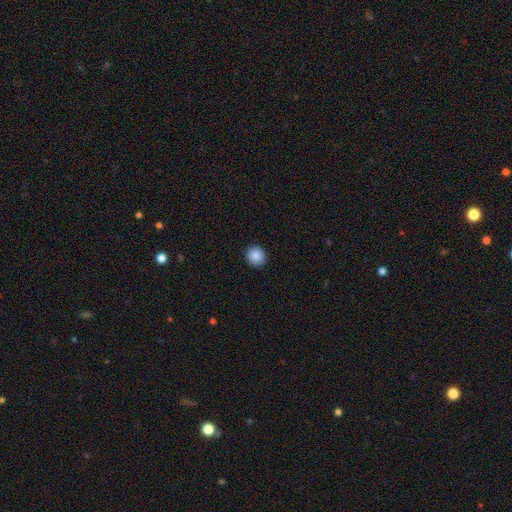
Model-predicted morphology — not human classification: Smooth or featured: smooth — 88% (star or artifact — 9%)
How rounded: round — 92% (in between — 7%)
Merging: none — 92% (minor disturbance — 5%)